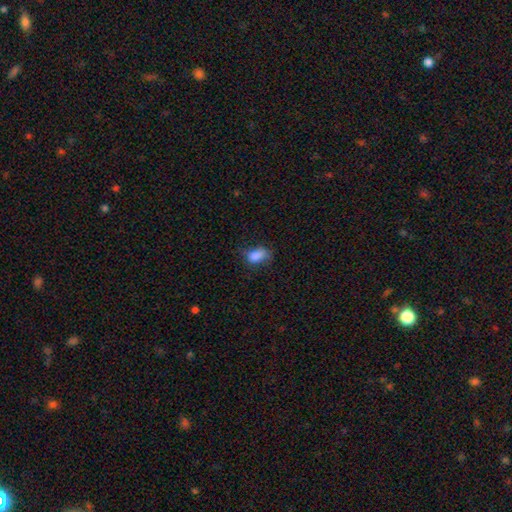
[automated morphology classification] smooth 83%, star or artifact 9%, featured or disk 8%. Down the decision tree: how rounded — in between (87%); merging — none (51%).